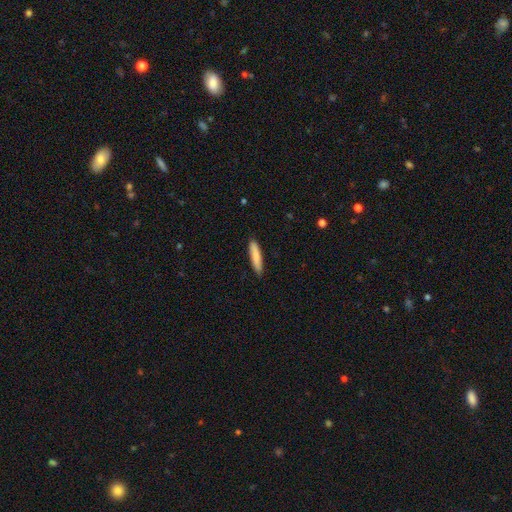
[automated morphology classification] Q: Smooth or featured?
A: smooth (84%); runner-up: featured or disk (11%)
Q: How rounded?
A: cigar-shaped (87%); runner-up: in between (12%)
Q: Merging?
A: none (87%); runner-up: minor disturbance (10%)